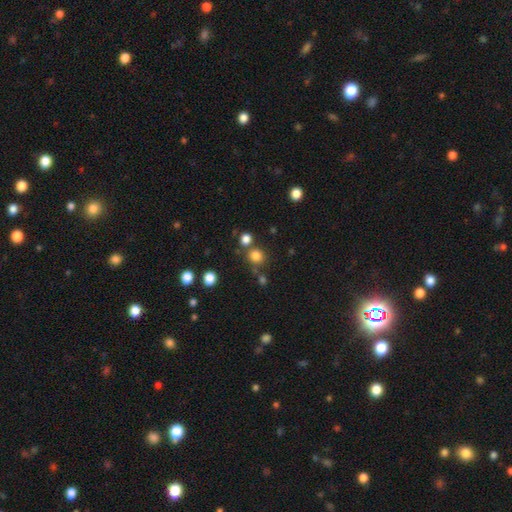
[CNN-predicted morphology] smooth 79%, star or artifact 15%, featured or disk 5%. Down the decision tree: how rounded — round (89%); merging — none (72%).